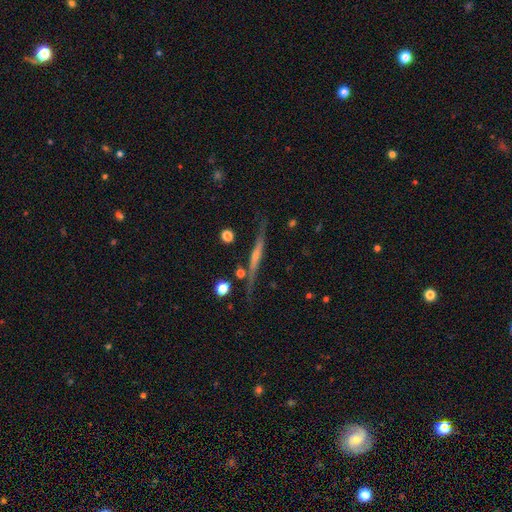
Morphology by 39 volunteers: A featured or disk galaxy (82%) viewed edge-on (94%) with a rounded central bulge (67%). Merging: none (54%).